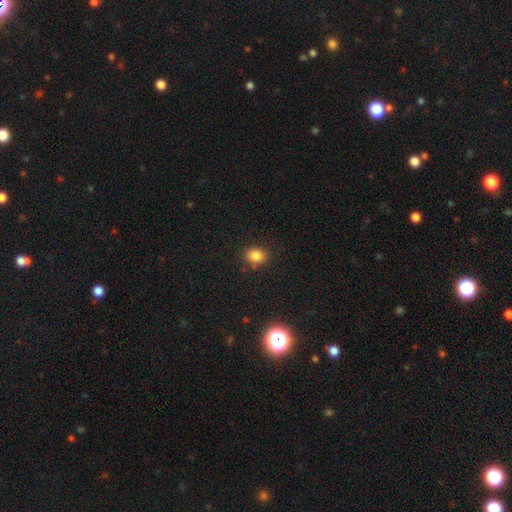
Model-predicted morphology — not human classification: smooth 84%, star or artifact 11%, featured or disk 5%. Down the decision tree: how rounded — in between (51%); merging — none (82%).